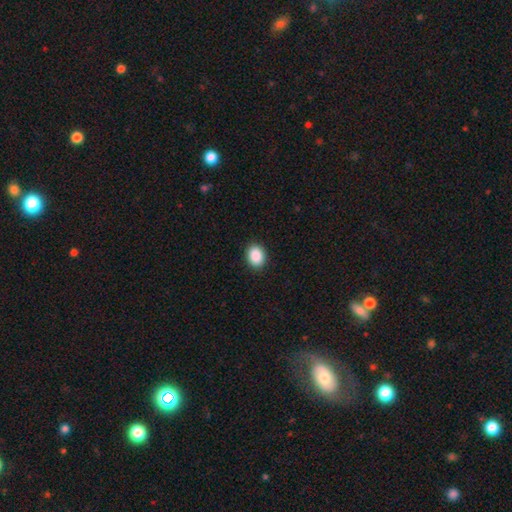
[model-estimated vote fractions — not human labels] This is clearly a smooth galaxy (89%). How rounded: possibly in between (59%). Merging: clearly none (91%).